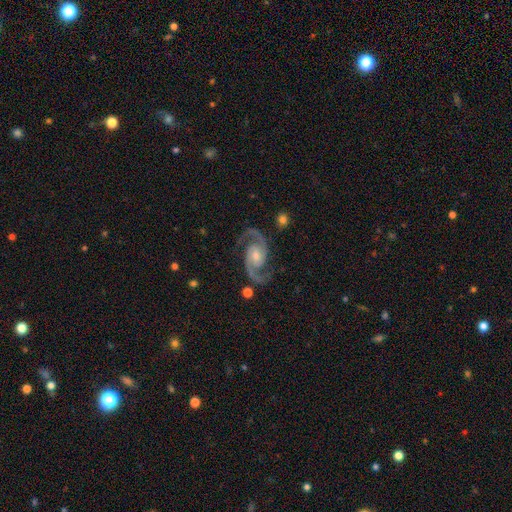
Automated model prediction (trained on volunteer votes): A featured or disk galaxy (94%) with no bar (54%), 2 (95%) medium (63%) spiral arms (99%) and a moderate central bulge (50%).

Vote fractions:
- Smooth or featured? featured or disk: 94% / star or artifact: 4% / smooth: 2%
- Edge-on disk? no: 98% / yes: 2%
- Bar? no: 54% / weak: 34% / strong: 12%
- Spiral arms? yes: 99% / no: 1%
- Spiral winding? medium: 63% / tight: 24% / loose: 13%
- Spiral arm count? 2: 95% / 3: 1% / can't tell: 1% / 1: 1% / 4: 1% / more than 4: 1%
- Bulge size? moderate: 50% / small: 40% / large: 5% / none: 4% / dominant: 1%
- Merging? none: 85% / minor disturbance: 10% / major disturbance: 3% / merger: 2%